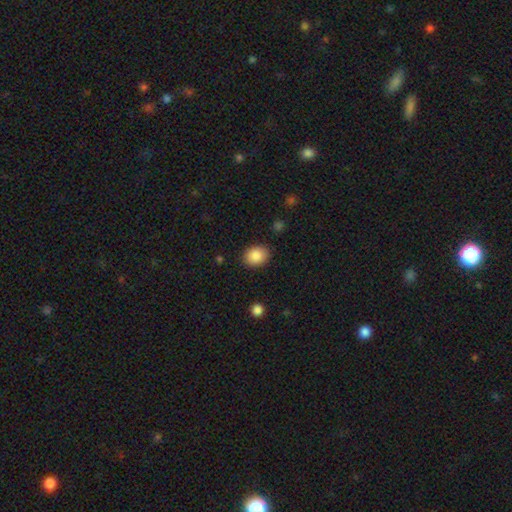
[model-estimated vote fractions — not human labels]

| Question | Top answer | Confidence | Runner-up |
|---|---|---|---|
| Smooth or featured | smooth | 87% | star or artifact (8%) |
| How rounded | in between | 55% | round (44%) |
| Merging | none | 87% | minor disturbance (9%) |